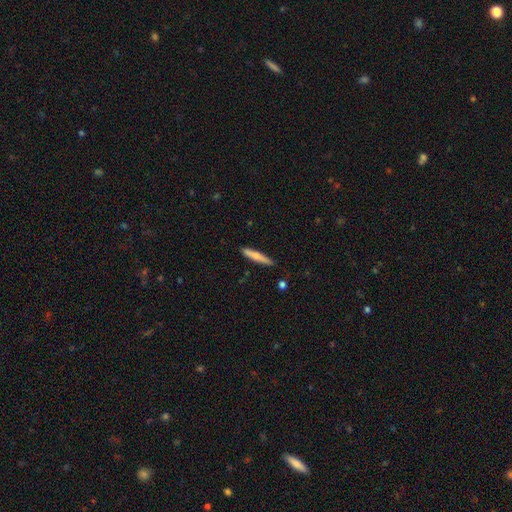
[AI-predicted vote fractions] Morphology: type=smooth (61%); roundness=cigar-shaped (92%); merging=none (87%).